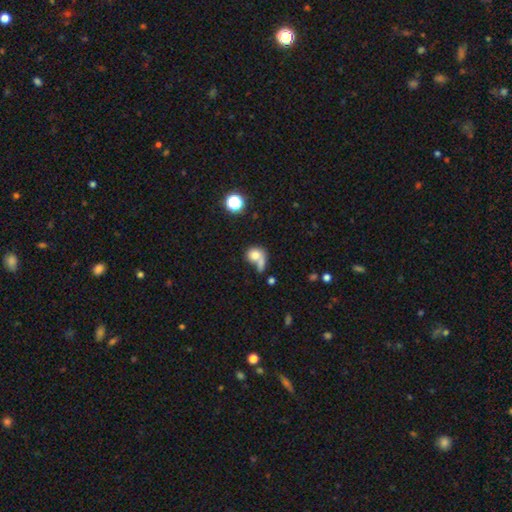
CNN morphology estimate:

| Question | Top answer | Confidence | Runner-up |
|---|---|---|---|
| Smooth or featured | smooth | 72% | featured or disk (17%) |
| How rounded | round | 63% | in between (35%) |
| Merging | merger | 46% | none (28%) |